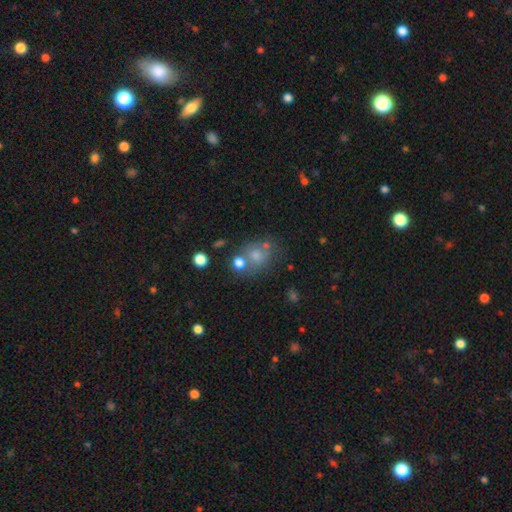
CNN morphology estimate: smooth-or-featured: smooth: 59% | star or artifact: 25% | featured or disk: 16%
  how-rounded: round: 66% | in between: 32% | cigar-shaped: 1%
  merging: none: 57% | merger: 23% | minor disturbance: 13% | major disturbance: 6%